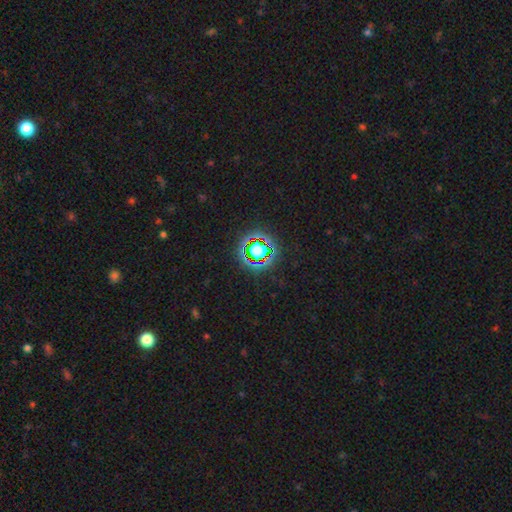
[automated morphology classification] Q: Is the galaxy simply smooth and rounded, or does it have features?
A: star or artifact — 79%.